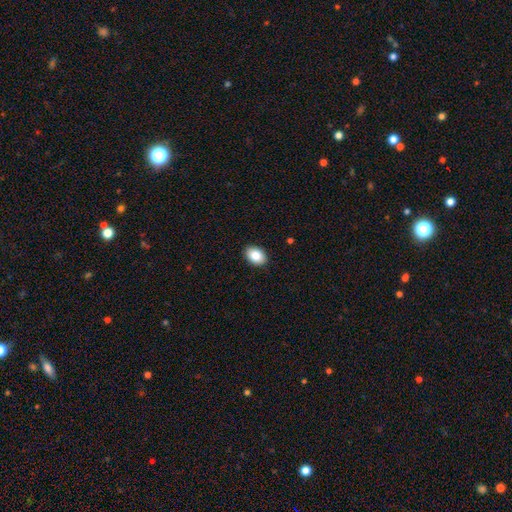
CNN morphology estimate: Smooth or featured? smooth (86%)
How rounded? in between (82%)
Merging? none (90%)